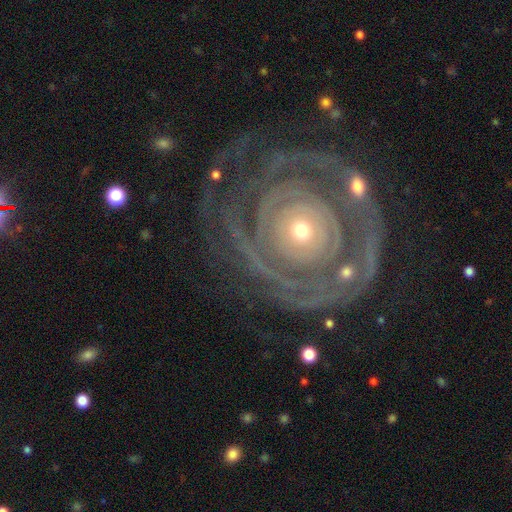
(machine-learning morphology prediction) Q: Smooth or featured?
A: featured or disk (85%); runner-up: smooth (8%)
Q: Edge-on disk?
A: no (96%); runner-up: yes (4%)
Q: Bar?
A: no (86%); runner-up: weak (8%)
Q: Spiral arms?
A: yes (84%); runner-up: no (16%)
Q: Spiral winding?
A: tight (83%); runner-up: medium (12%)
Q: Spiral arm count?
A: can't tell (34%); runner-up: 2 (22%)
Q: Bulge size?
A: small (66%); runner-up: moderate (29%)
Q: Merging?
A: none (72%); runner-up: minor disturbance (15%)